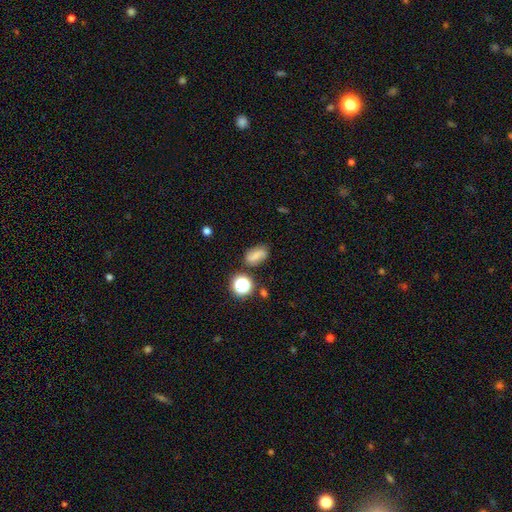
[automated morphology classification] The model was most divided on "smooth or featured": smooth: 54%, featured or disk: 31%, star or artifact: 15%. More confident: how rounded — in between (75%); merging — none (74%).